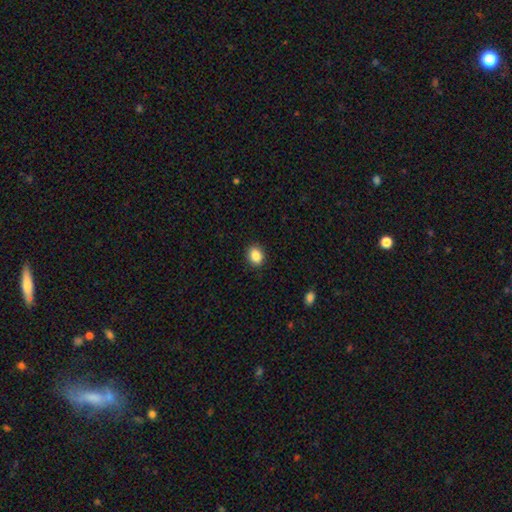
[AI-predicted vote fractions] A smooth galaxy with no disk features (87%) that is in between round and cigar-shaped (56%). Merging: none (90%).